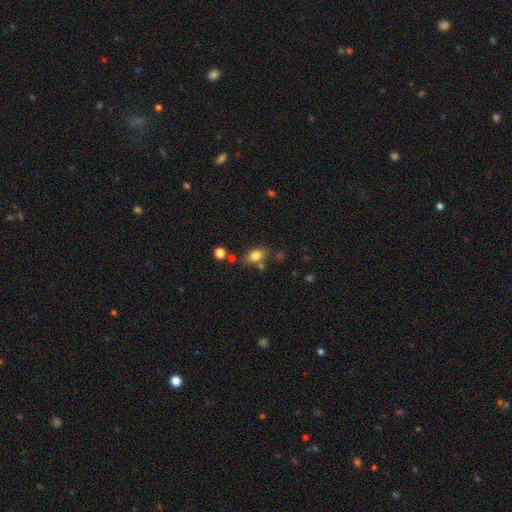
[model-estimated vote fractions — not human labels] The model was most divided on "merging": none: 67%, minor disturbance: 17%, merger: 11%, major disturbance: 5%. More confident: smooth or featured — smooth (80%); how rounded — in between (76%).